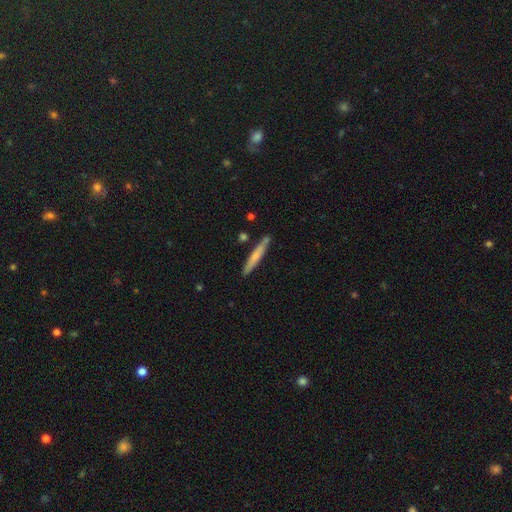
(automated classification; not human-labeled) Smooth or featured? smooth (61%)
How rounded? cigar-shaped (95%)
Merging? none (85%)